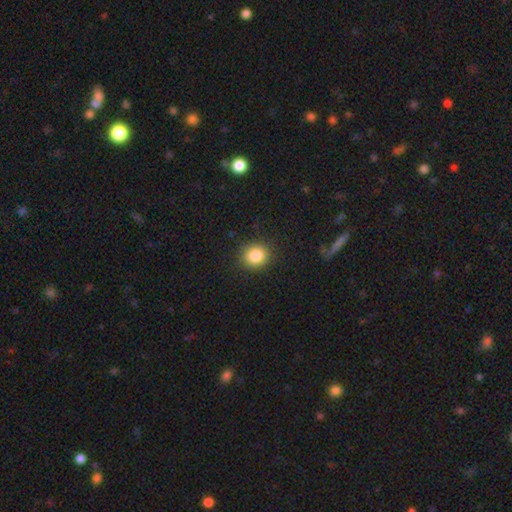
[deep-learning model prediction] Q: Smooth or featured?
A: smooth (85%); runner-up: star or artifact (10%)
Q: How rounded?
A: round (84%); runner-up: in between (15%)
Q: Merging?
A: none (88%); runner-up: minor disturbance (9%)